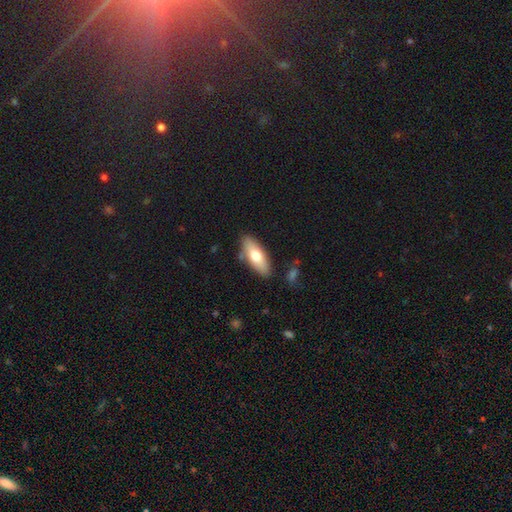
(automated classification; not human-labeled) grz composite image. It shows a smooth galaxy with no disk features (71%) that is in between round and cigar-shaped (74%). Merging: none (80%).